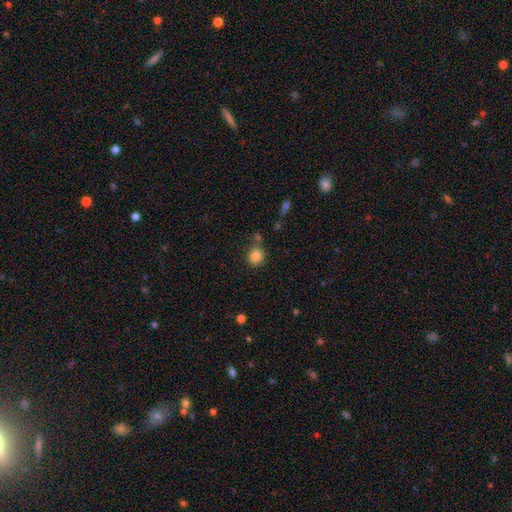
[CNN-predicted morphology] type=smooth (84%); roundness=round (81%); merging=none (74%).